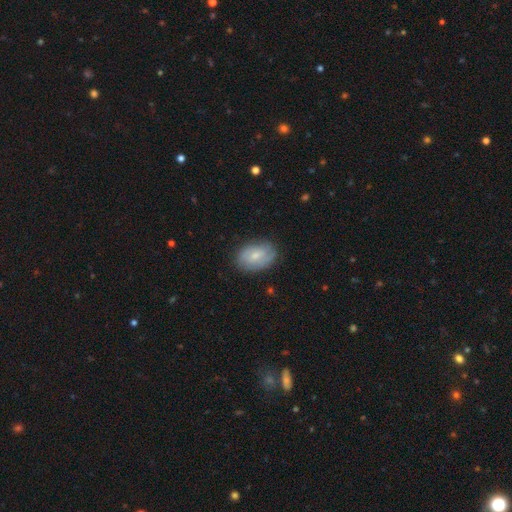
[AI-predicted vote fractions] Smooth or featured: smooth — 52% (featured or disk — 41%)
How rounded: in between — 85% (round — 14%)
Merging: none — 78% (minor disturbance — 17%)